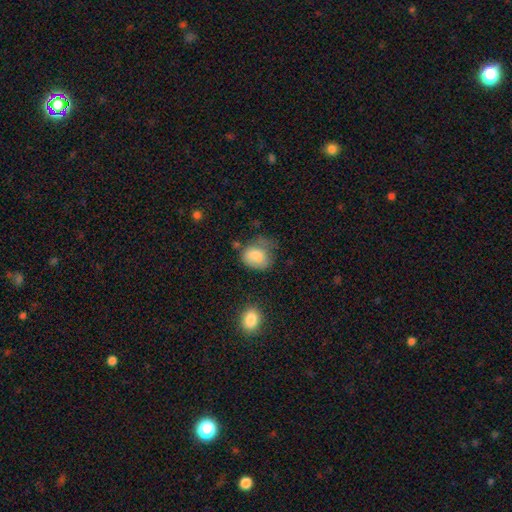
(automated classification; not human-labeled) Q: Smooth or featured?
A: smooth (80%); runner-up: featured or disk (12%)
Q: How rounded?
A: in between (55%); runner-up: round (44%)
Q: Merging?
A: none (38%); runner-up: minor disturbance (35%)